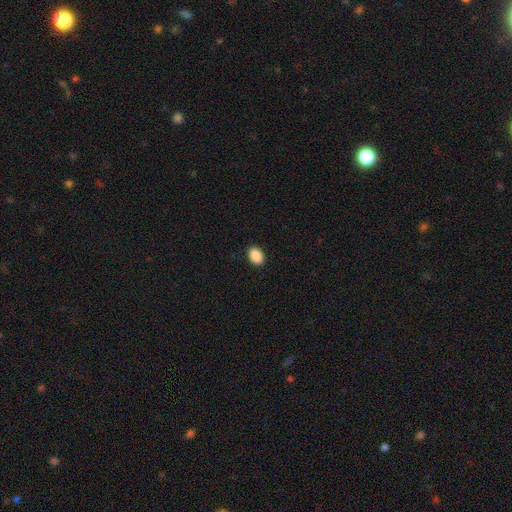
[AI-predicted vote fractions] Smooth or featured?
  - smooth: 90% *
  - star or artifact: 7%
  - featured or disk: 3%
How rounded?
  - in between: 85% *
  - round: 14%
  - cigar-shaped: 1%
Merging?
  - none: 90% *
  - minor disturbance: 7%
  - major disturbance: 2%
  - merger: 1%